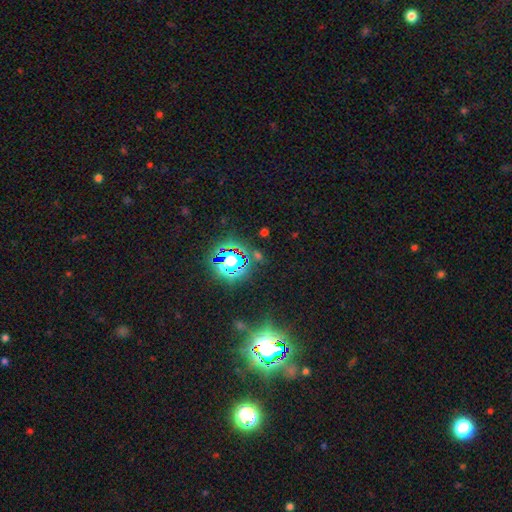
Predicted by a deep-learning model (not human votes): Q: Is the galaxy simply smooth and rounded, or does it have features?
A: star or artifact — 78%.